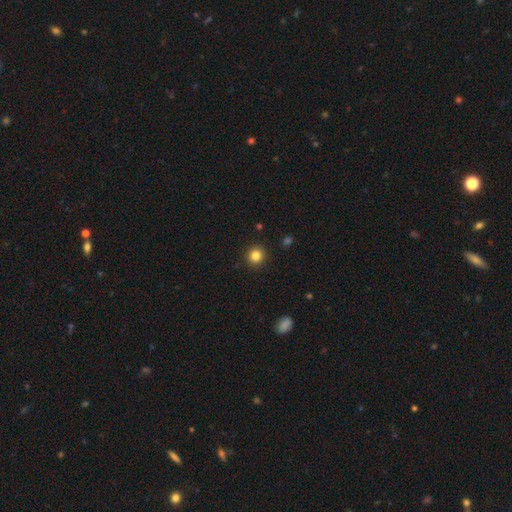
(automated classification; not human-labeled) Morphology: type=smooth (83%); roundness=round (93%); merging=none (92%).